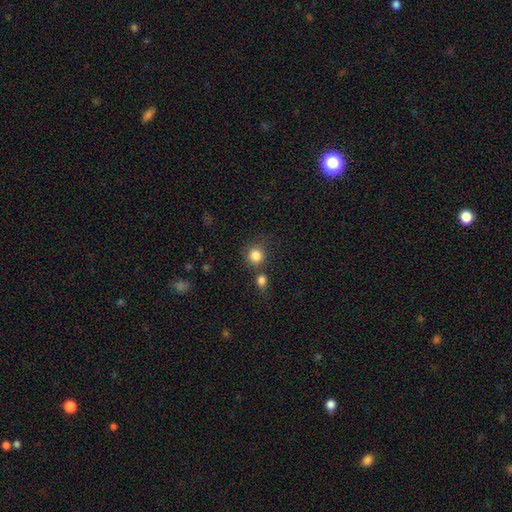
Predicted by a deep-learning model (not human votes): This appears to be a smooth galaxy with no disk features (84%) that is round (89%). Merging: none (66%).